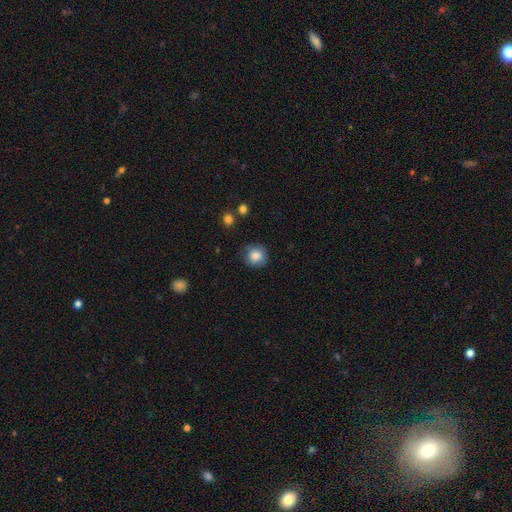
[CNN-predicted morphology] The model was most divided on "merging": none: 83%, minor disturbance: 13%, major disturbance: 3%, merger: 2%. More confident: how rounded — round (91%); smooth or featured — smooth (84%).